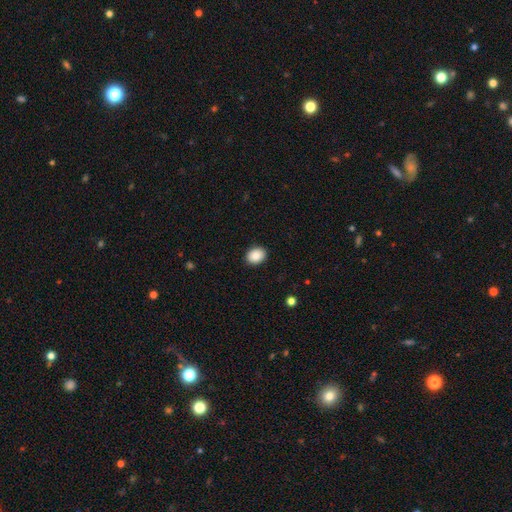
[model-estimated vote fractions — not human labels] The model was most divided on "how rounded": in between: 53%, round: 46%, cigar-shaped: 1%. More confident: merging — none (91%); smooth or featured — smooth (88%).